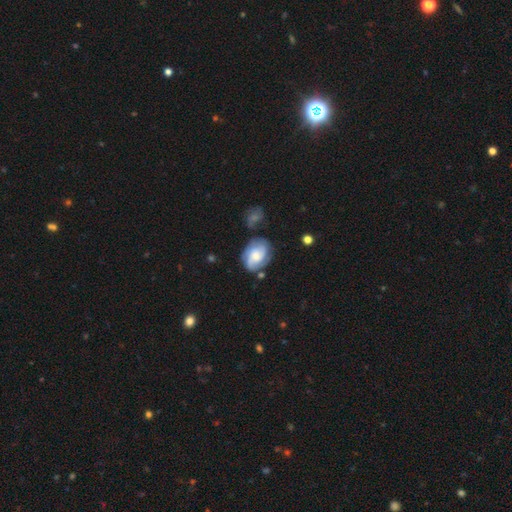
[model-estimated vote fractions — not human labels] smooth_or_featured: featured or disk (p=0.66) [alt: smooth p=0.27]
disk_edge_on: no (p=0.97) [alt: yes p=0.03]
bar: no (p=0.63) [alt: weak p=0.32]
has_spiral_arms: yes (p=0.91) [alt: no p=0.09]
spiral_winding: tight (p=0.44) [alt: medium p=0.41]
spiral_arm_count: 2 (p=0.34) [alt: 3 p=0.31]
bulge_size: moderate (p=0.48) [alt: small p=0.28]
merging: none (p=0.63) [alt: minor disturbance p=0.22]